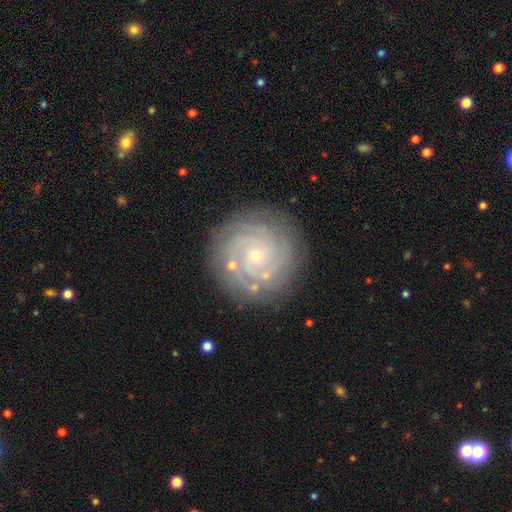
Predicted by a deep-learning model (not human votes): Morphology: type=featured or disk (85%); edge-on=no (98%); bar=no (80%); spiral arms=yes (97%); winding=tight (80%); arm count=3 (26%); bulge=small (83%); merging=none (83%).